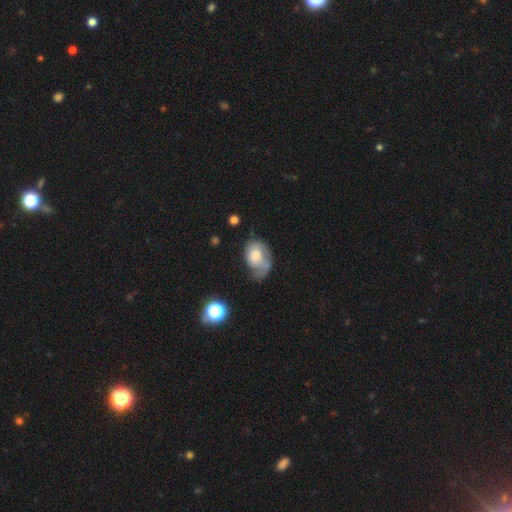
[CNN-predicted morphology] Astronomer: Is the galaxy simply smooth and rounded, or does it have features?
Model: smooth — 52% (runner-up: featured or disk, 40%).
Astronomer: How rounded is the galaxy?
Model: in between — 73%.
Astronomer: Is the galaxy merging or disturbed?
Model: major disturbance — 34% (runner-up: minor disturbance, 30%).